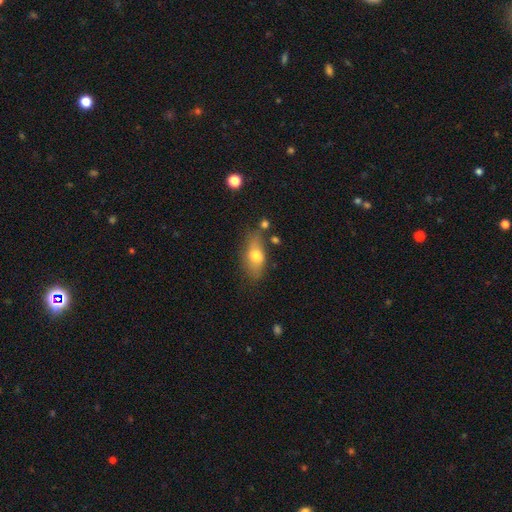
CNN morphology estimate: Smooth or featured: smooth — 69% (featured or disk — 23%)
How rounded: in between — 82% (cigar-shaped — 10%)
Merging: none — 65% (minor disturbance — 22%)